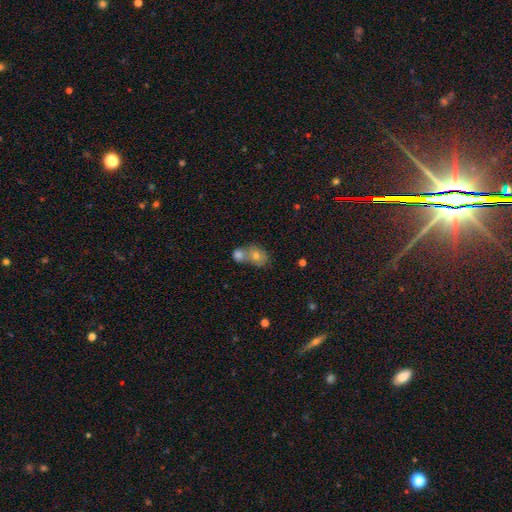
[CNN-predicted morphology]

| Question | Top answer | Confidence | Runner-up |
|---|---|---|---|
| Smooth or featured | smooth | 57% | featured or disk (24%) |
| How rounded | round | 57% | in between (41%) |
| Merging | merger | 48% | none (41%) |